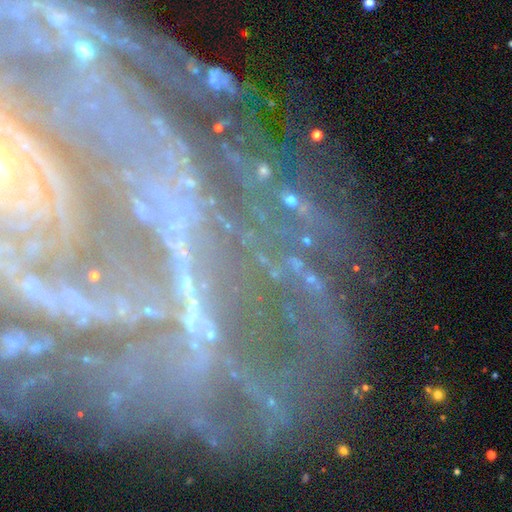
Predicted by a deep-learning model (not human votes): smooth-or-featured: featured or disk: 68% | star or artifact: 23% | smooth: 9%
  disk-edge-on: no: 92% | yes: 8%
    bar: strong: 40% | no: 33% | weak: 26%
    has-spiral-arms: yes: 87% | no: 13%
      spiral-winding: tight: 61% | medium: 27% | loose: 12%
      spiral-arm-count: can't tell: 30% | 2: 19% | 3: 15% | more than 4: 12% | 4: 12% | 1: 11%
    bulge-size: small: 53% | moderate: 23% | none: 15% | large: 5% | dominant: 3%
  merging: none: 62% | minor disturbance: 16% | major disturbance: 16% | merger: 5%